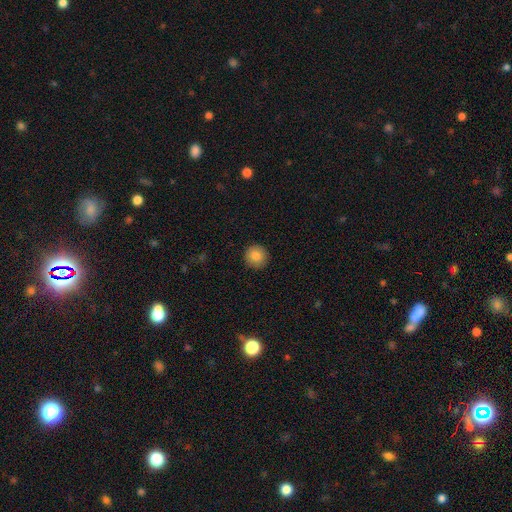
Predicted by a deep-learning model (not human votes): smooth 85%, star or artifact 9%, featured or disk 6%. Down the decision tree: how rounded — round (95%); merging — none (92%).